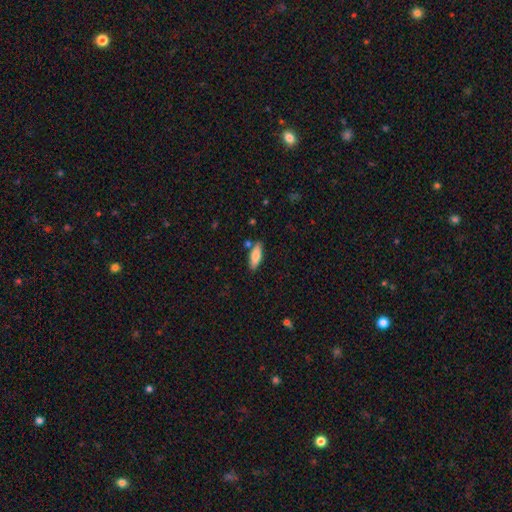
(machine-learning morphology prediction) Smooth or featured? Predicted: smooth (p=0.80). How rounded? Predicted: in between (p=0.61). Merging? Predicted: none (p=0.82).